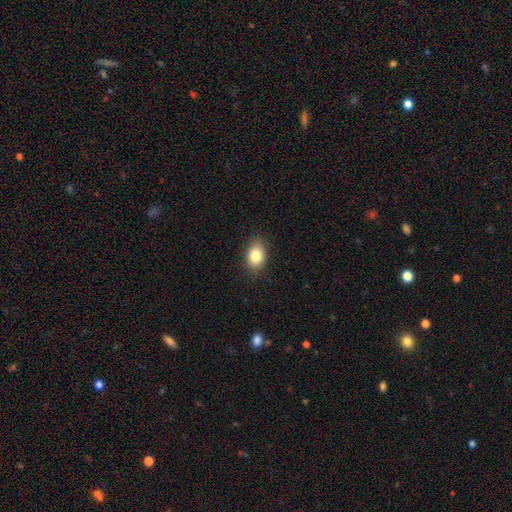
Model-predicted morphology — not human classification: This is clearly a smooth galaxy (83%). How rounded: likely in between (73%). Merging: clearly none (84%).